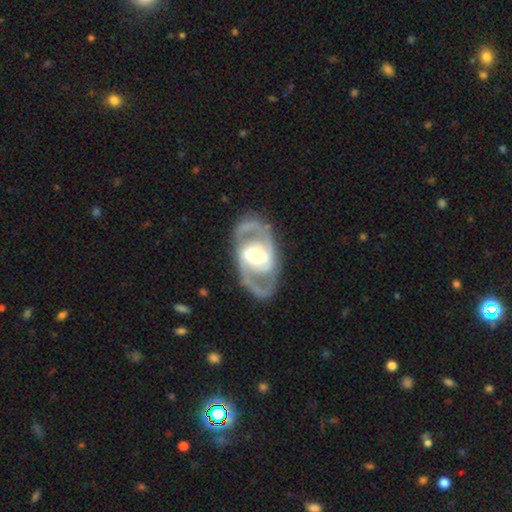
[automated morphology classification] Q: Smooth or featured?
A: featured or disk (86%); runner-up: smooth (9%)
Q: Edge-on disk?
A: no (95%); runner-up: yes (5%)
Q: Bar?
A: strong (49%); runner-up: weak (35%)
Q: Spiral arms?
A: yes (86%); runner-up: no (14%)
Q: Spiral winding?
A: medium (52%); runner-up: tight (29%)
Q: Spiral arm count?
A: 2 (88%); runner-up: can't tell (6%)
Q: Bulge size?
A: moderate (57%); runner-up: small (21%)
Q: Merging?
A: none (79%); runner-up: minor disturbance (12%)